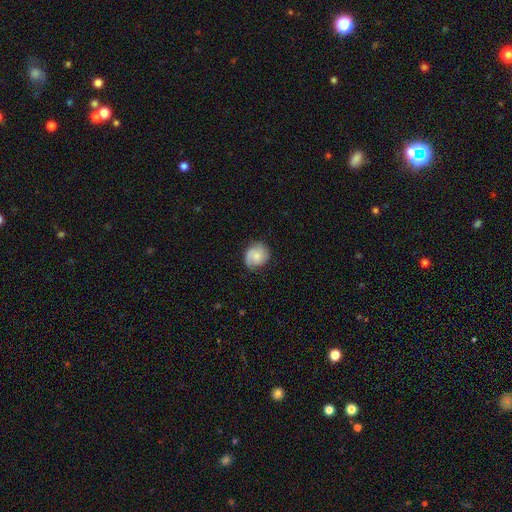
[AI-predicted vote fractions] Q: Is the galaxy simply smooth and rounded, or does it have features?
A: smooth — 58%.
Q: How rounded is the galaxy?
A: round — 74%.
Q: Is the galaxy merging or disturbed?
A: none — 71%.